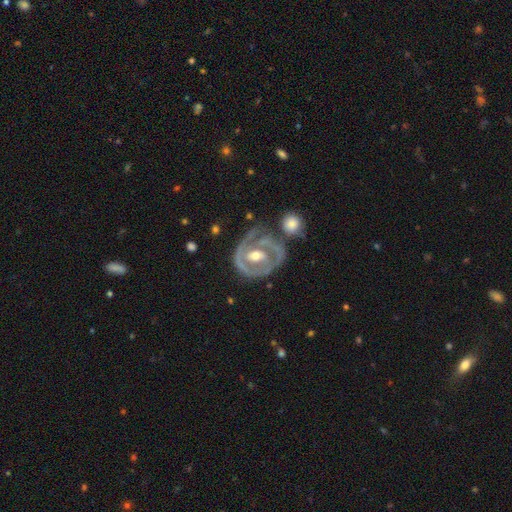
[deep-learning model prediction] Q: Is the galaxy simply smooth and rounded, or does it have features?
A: featured or disk — 82%.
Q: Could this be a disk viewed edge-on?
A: no — 97%.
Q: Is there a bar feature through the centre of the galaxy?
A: no — 46%.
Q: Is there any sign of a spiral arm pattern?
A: yes — 75%.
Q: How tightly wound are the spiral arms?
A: tight — 62%.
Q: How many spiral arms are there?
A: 2 — 42%.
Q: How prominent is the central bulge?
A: moderate — 74%.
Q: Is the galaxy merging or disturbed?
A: none — 51%.